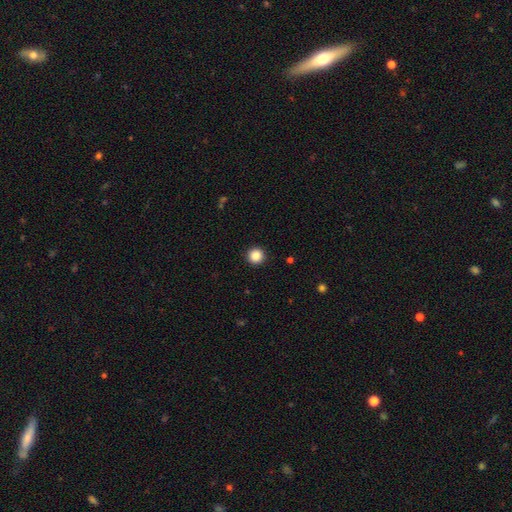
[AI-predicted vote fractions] smooth_or_featured: smooth (p=0.87) [alt: star or artifact p=0.10]
how_rounded: round (p=0.96) [alt: in between p=0.03]
merging: none (p=0.93) [alt: minor disturbance p=0.04]